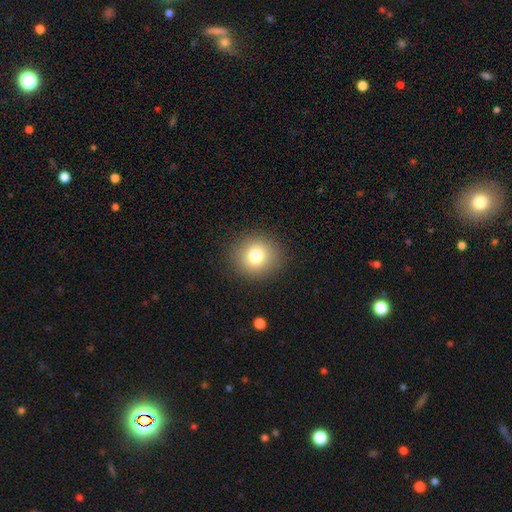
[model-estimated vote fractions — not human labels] Q: Smooth or featured?
A: smooth (78%); runner-up: star or artifact (12%)
Q: How rounded?
A: round (88%); runner-up: in between (11%)
Q: Merging?
A: none (89%); runner-up: minor disturbance (7%)